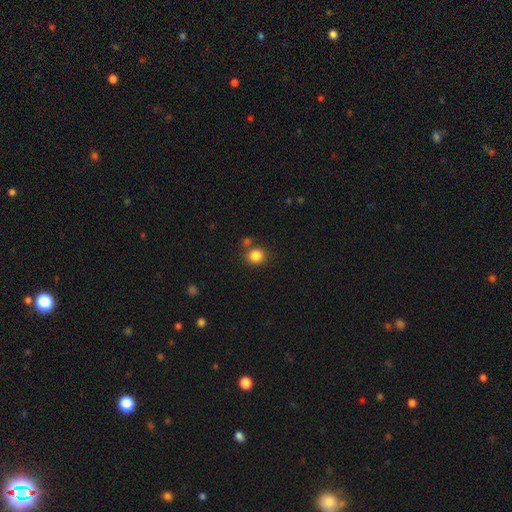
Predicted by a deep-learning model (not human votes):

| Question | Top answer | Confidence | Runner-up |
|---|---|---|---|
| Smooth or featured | smooth | 85% | star or artifact (11%) |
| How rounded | round | 83% | in between (16%) |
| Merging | none | 73% | merger (12%) |